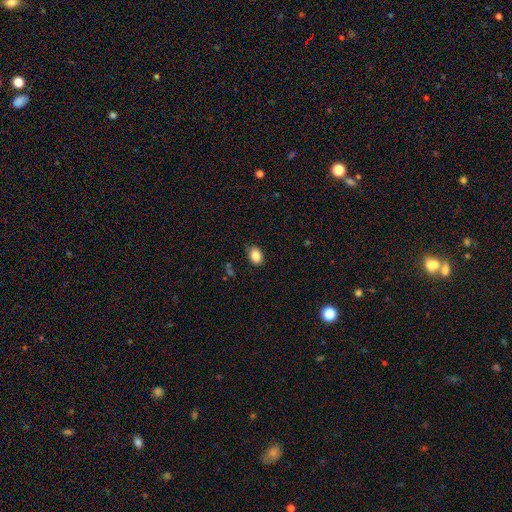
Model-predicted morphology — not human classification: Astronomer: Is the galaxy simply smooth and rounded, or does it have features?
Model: smooth — 86%.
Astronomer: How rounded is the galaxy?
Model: in between — 76%.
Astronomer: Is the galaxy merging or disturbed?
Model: none — 86%.